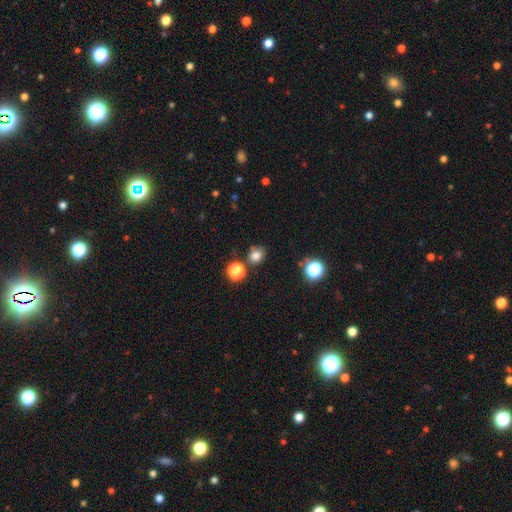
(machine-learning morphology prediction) smooth 78%, star or artifact 16%, featured or disk 6%. Down the decision tree: how rounded — round (74%); merging — none (76%).